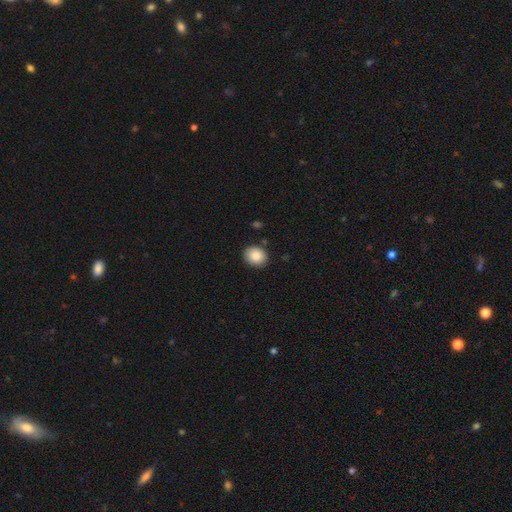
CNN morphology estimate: This appears to be a smooth galaxy with no disk features (87%) that is round (59%). Merging: none (87%).